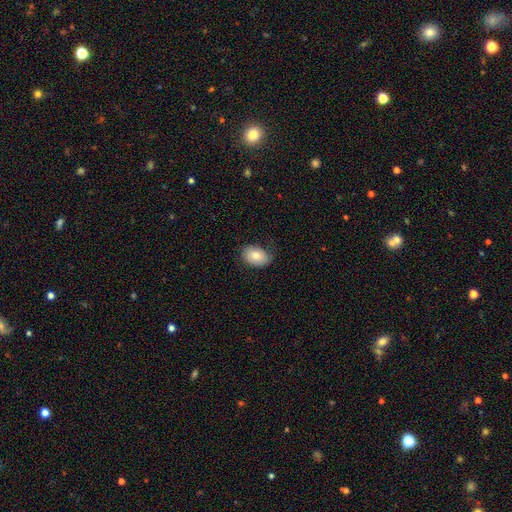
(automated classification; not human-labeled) This is likely a smooth galaxy (78%). How rounded: clearly in between (81%). Merging: likely none (74%).